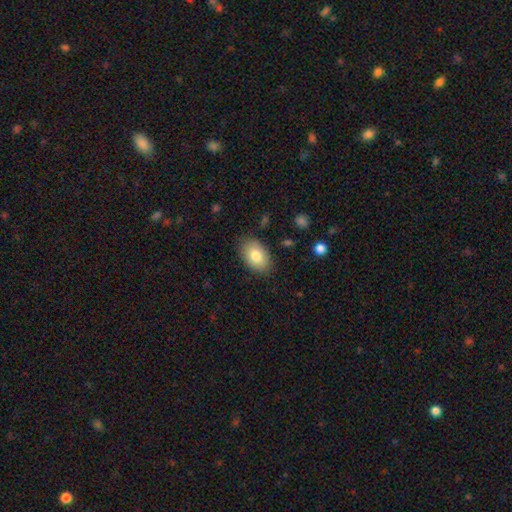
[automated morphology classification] Smooth or featured?
  - smooth: 81% *
  - featured or disk: 12%
  - star or artifact: 7%
How rounded?
  - in between: 88% *
  - round: 11%
  - cigar-shaped: 1%
Merging?
  - none: 85% *
  - minor disturbance: 12%
  - major disturbance: 3%
  - merger: 1%